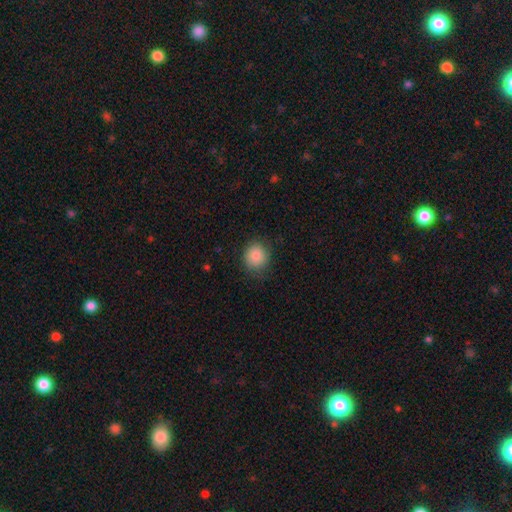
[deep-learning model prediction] Overall: smooth (86%). How rounded: round (85%). Merging: none (80%).